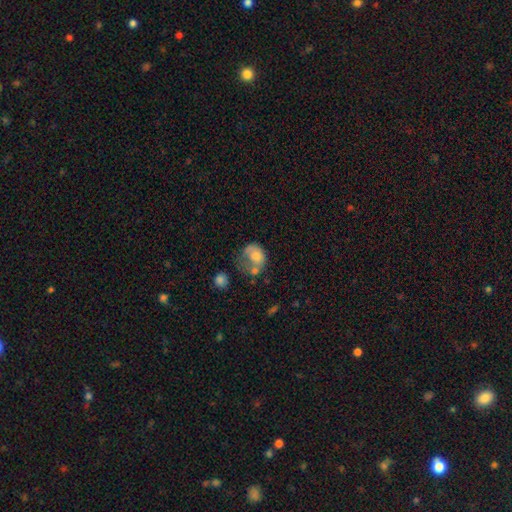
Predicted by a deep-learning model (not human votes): A smooth galaxy with no disk features (63%) that is in between round and cigar-shaped (52%).

Vote fractions:
- Smooth or featured? smooth: 63% / featured or disk: 28% / star or artifact: 9%
- How rounded? in between: 52% / round: 47% / cigar-shaped: 1%
- Merging? major disturbance: 33% / merger: 25% / minor disturbance: 21% / none: 21%